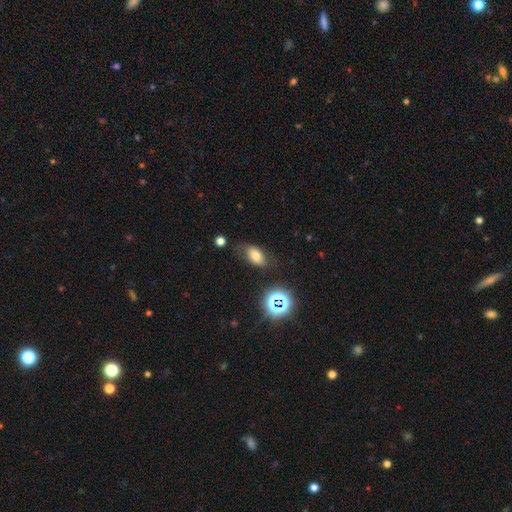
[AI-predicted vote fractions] Smooth or featured? Predicted: smooth (p=0.68). How rounded? Predicted: in between (p=0.88). Merging? Predicted: none (p=0.68).